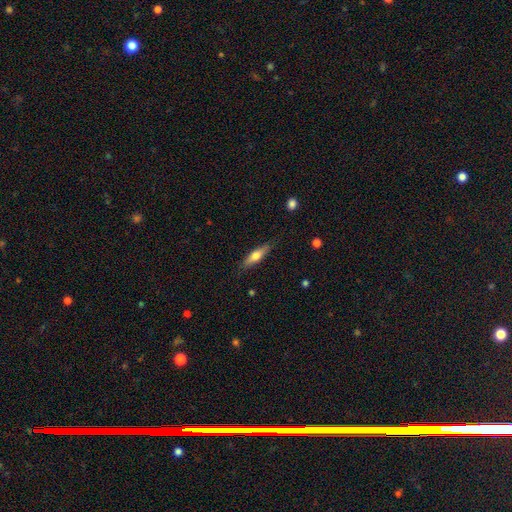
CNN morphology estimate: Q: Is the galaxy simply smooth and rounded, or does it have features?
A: smooth — 56%.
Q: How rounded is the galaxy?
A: cigar-shaped — 63%.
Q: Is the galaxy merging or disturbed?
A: none — 83%.